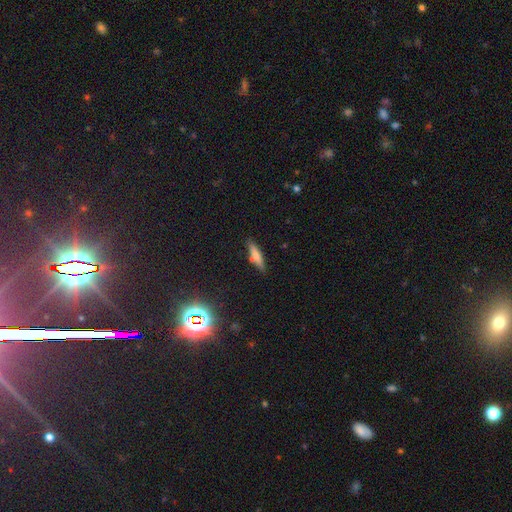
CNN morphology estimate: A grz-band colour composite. It shows a smooth galaxy with no disk features (70%) that is cigar-shaped (79%). Merging: none (78%).